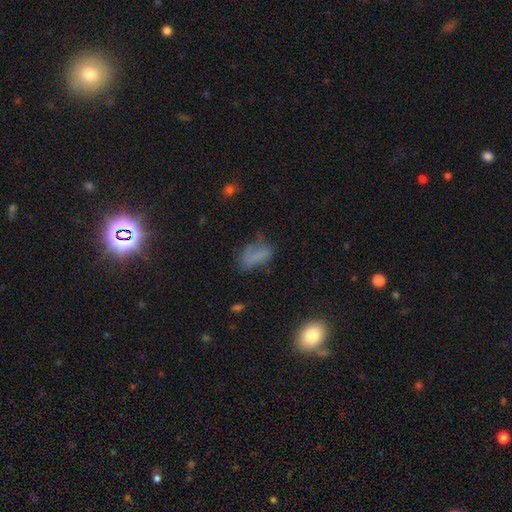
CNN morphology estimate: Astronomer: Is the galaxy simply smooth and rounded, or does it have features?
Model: smooth — 66%.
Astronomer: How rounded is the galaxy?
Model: in between — 84%.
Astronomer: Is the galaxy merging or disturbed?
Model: none — 40% (runner-up: minor disturbance, 30%).